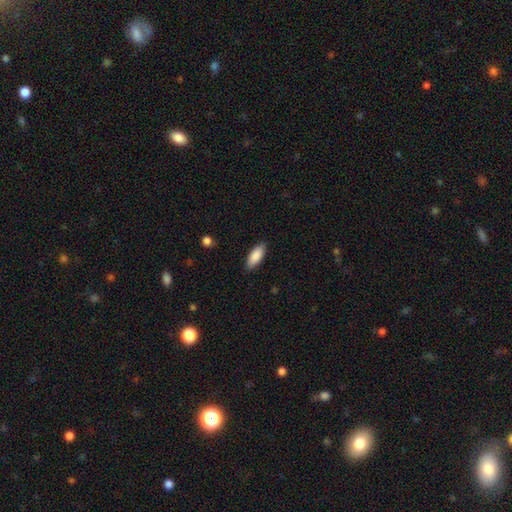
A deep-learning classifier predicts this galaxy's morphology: This is clearly a smooth galaxy (88%). How rounded: clearly in between (81%). Merging: clearly none (88%).